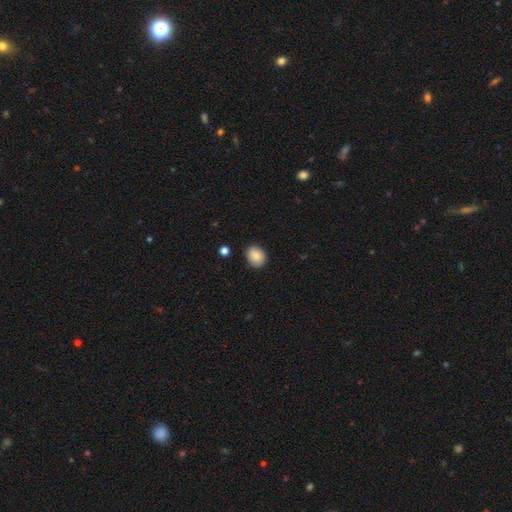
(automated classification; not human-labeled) smooth_or_featured: smooth (p=0.87) [alt: star or artifact p=0.08]
how_rounded: round (p=0.60) [alt: in between p=0.39]
merging: none (p=0.86) [alt: minor disturbance p=0.10]